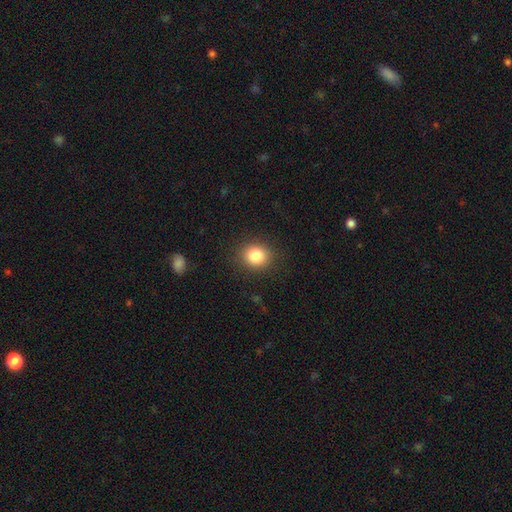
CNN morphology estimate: A smooth galaxy with no disk features (84%) that is round (74%). Merging: none (88%).